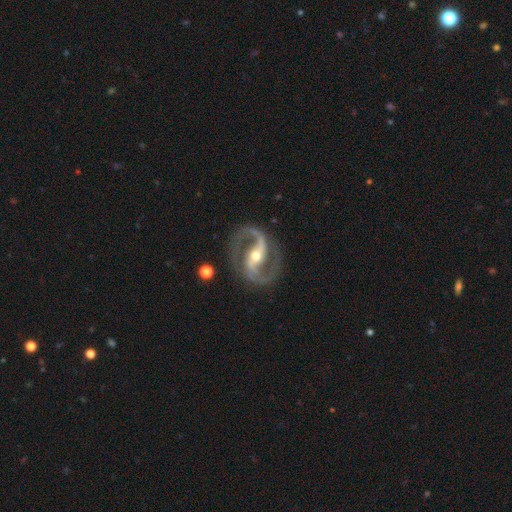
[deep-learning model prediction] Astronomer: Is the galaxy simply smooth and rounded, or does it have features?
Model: featured or disk — 93%.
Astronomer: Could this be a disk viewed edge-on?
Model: no — 97%.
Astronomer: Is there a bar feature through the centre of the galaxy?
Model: strong — 58%.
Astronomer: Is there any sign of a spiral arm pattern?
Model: yes — 98%.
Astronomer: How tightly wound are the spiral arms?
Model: medium — 63%.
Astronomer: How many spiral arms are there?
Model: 2 — 94%.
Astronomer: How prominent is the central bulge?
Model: moderate — 56% (runner-up: small, 40%).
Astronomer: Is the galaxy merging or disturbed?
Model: none — 85%.